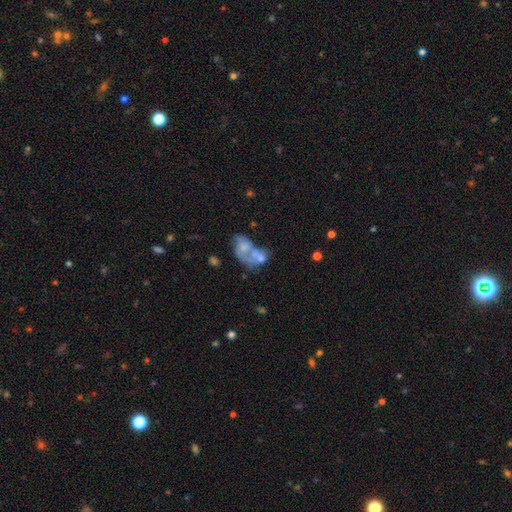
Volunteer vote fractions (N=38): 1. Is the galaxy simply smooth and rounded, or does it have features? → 55% featured or disk, 37% smooth, 8% star or artifact.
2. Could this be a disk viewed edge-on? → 100% no, 0% yes.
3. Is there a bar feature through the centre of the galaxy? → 90% no, 10% weak, 0% strong.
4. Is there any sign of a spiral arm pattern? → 95% no, 5% yes.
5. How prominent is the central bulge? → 57% none, 24% moderate, 10% small, 5% dominant, 5% large.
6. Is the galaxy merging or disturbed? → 69% merger, 14% major disturbance, 9% none, 9% minor disturbance.